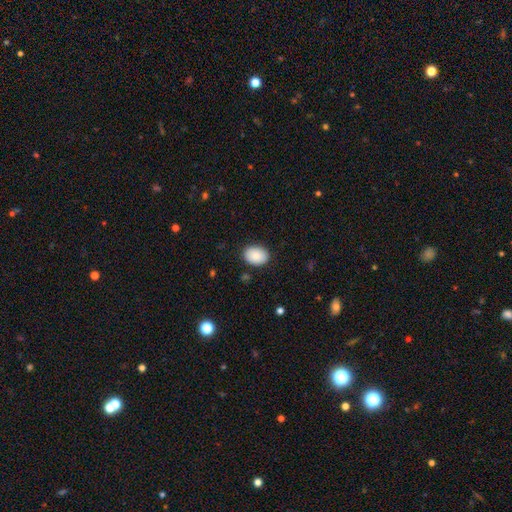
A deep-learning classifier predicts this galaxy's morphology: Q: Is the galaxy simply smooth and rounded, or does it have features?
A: smooth — 88%.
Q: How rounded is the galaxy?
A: in between — 77%.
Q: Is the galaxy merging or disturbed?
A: none — 87%.